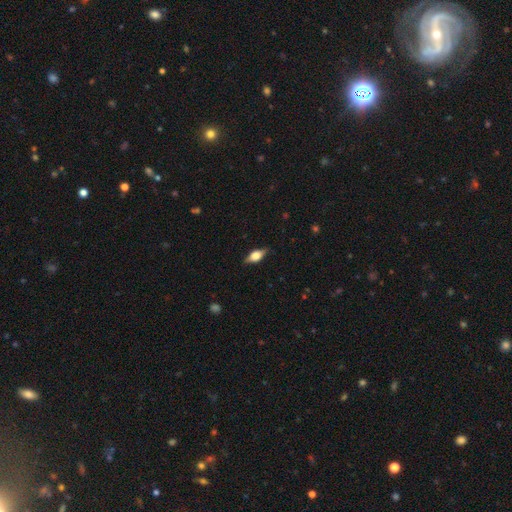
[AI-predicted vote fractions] Smooth or featured: featured or disk — 47% (smooth — 45%)
Merging: none — 84% (minor disturbance — 12%)